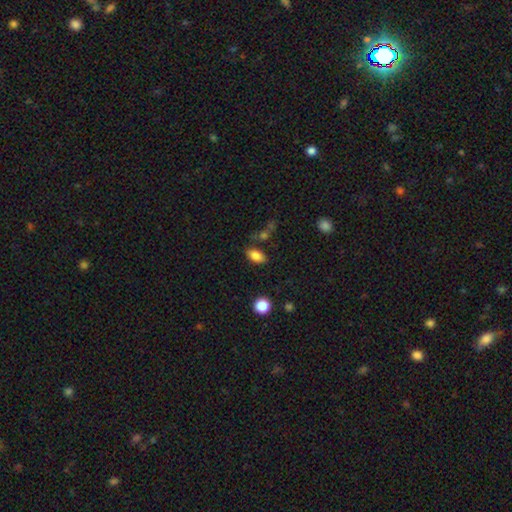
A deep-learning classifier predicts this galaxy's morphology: smooth-or-featured: smooth: 83% | star or artifact: 10% | featured or disk: 7%
  how-rounded: in between: 89% | round: 8% | cigar-shaped: 3%
  merging: none: 77% | minor disturbance: 13% | merger: 6% | major disturbance: 4%